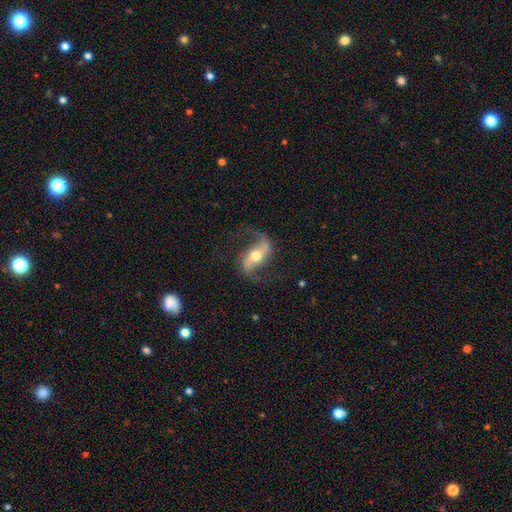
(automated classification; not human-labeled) featured or disk 87%, smooth 8%, star or artifact 5%. Down the decision tree: edge-on disk — no (94%); bar — strong (46%); spiral arms — yes (95%); spiral arm count — 2 (93%); spiral winding — loose (72%); bulge size — moderate (71%); merging — none (77%).